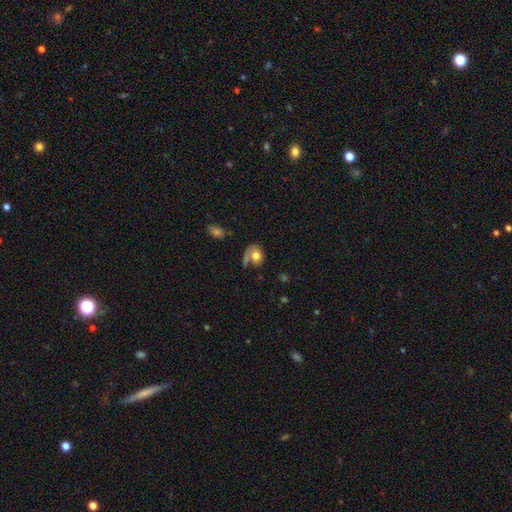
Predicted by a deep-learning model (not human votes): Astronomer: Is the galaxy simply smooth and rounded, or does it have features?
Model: smooth — 68%.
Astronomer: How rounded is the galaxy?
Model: in between — 54% (runner-up: round, 44%).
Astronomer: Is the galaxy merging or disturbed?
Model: none — 41% (runner-up: merger, 20%).